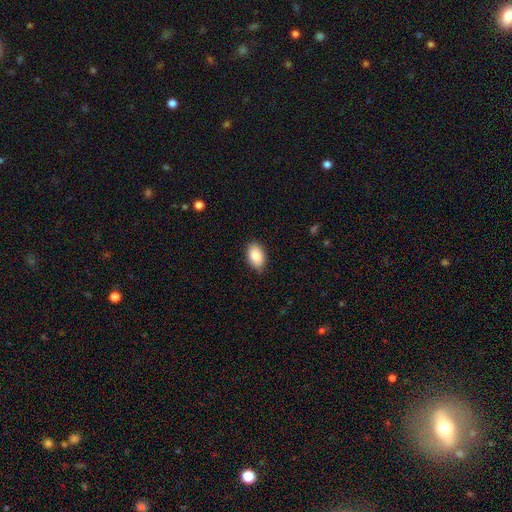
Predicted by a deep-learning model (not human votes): Smooth or featured? smooth (88%)
How rounded? in between (91%)
Merging? none (83%)